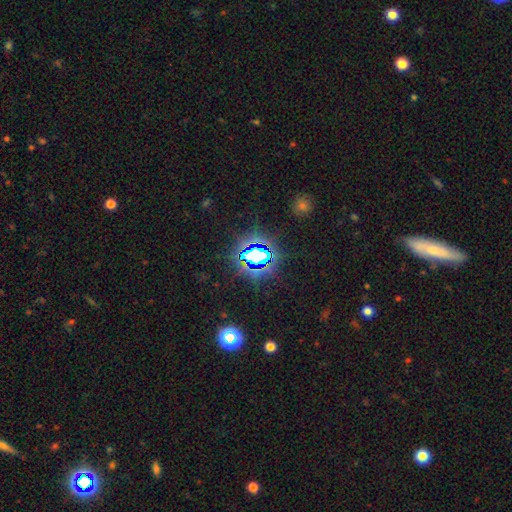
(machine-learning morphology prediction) Overall: star or artifact (76%).